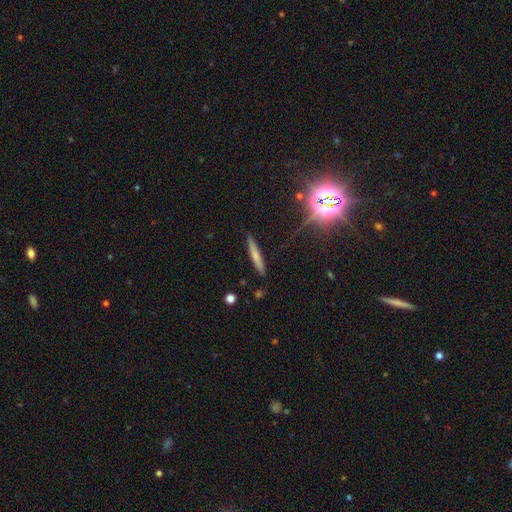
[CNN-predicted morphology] Overall: smooth (60%; featured or disk 30%). How rounded: cigar-shaped (94%). Merging: none (87%).